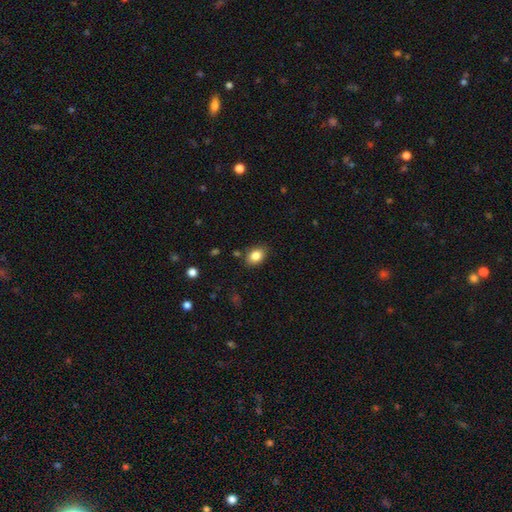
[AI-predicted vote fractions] Smooth or featured: smooth — 84% (star or artifact — 9%)
How rounded: in between — 73% (round — 26%)
Merging: none — 84% (minor disturbance — 11%)